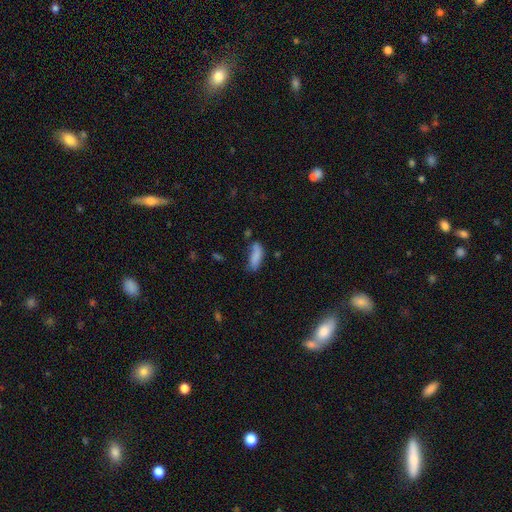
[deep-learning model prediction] A smooth galaxy with no disk features (82%) that is in between round and cigar-shaped (66%). Merging: none (48%).